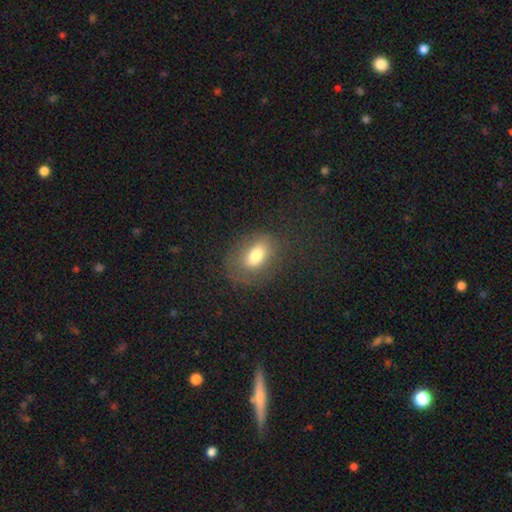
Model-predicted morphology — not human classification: This appears to be a smooth galaxy with no disk features (71%) that is in between round and cigar-shaped (79%). Merging: none (71%).